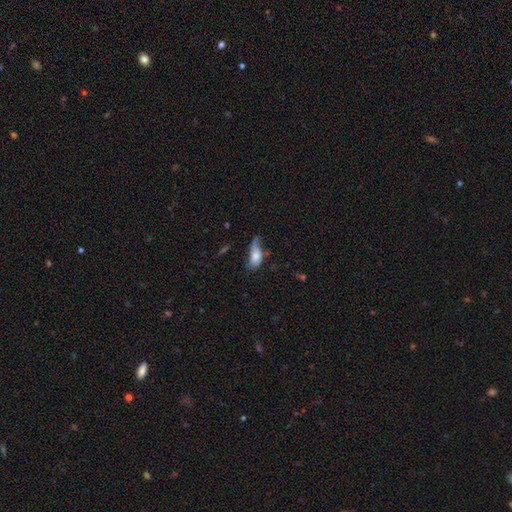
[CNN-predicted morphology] smooth-or-featured: smooth: 70% | featured or disk: 23% | star or artifact: 7%
  how-rounded: in between: 83% | cigar-shaped: 13% | round: 4%
  merging: minor disturbance: 37% | major disturbance: 29% | none: 29% | merger: 5%